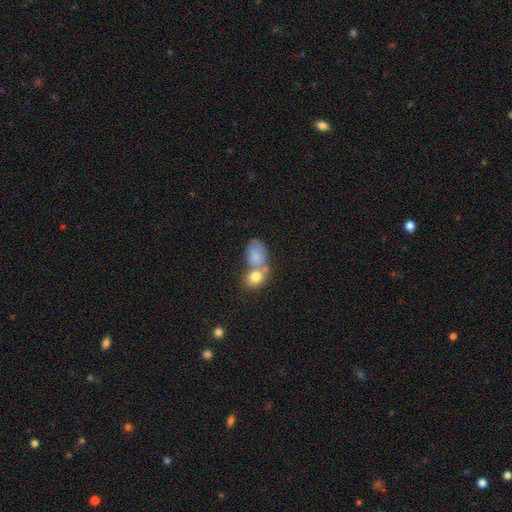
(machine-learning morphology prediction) Overall: smooth (76%). How rounded: in between (77%). Merging: merger (58%; none 23%).